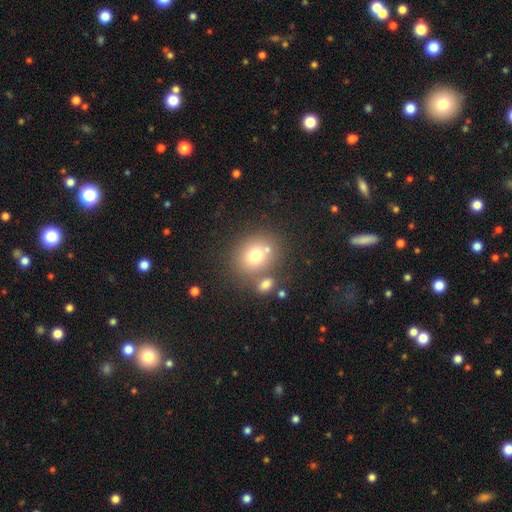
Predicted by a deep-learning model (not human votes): Smooth or featured?
  - smooth: 67% *
  - star or artifact: 20%
  - featured or disk: 13%
How rounded?
  - round: 69% *
  - in between: 30%
  - cigar-shaped: 1%
Merging?
  - none: 72% *
  - merger: 14%
  - minor disturbance: 10%
  - major disturbance: 4%